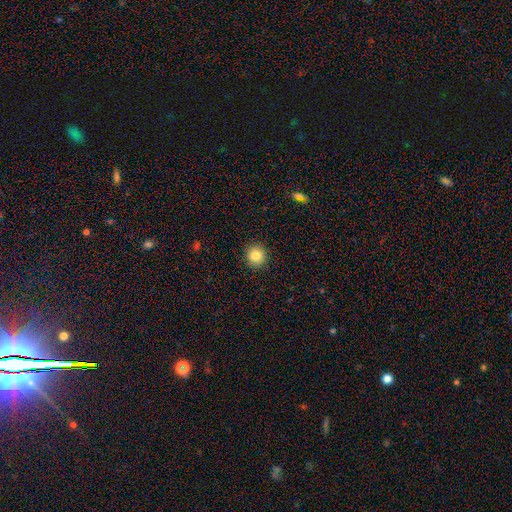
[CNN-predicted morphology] type=smooth (84%); roundness=round (88%); merging=none (92%).